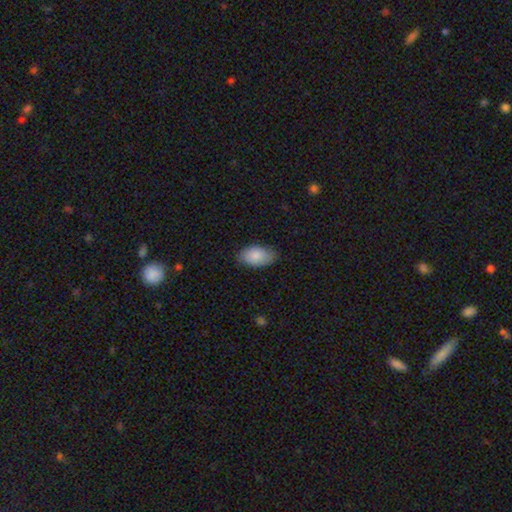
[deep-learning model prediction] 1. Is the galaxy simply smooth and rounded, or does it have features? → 84% smooth, 9% featured or disk, 6% star or artifact.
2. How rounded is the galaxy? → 94% in between, 5% round, 2% cigar-shaped.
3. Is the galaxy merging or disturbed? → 77% none, 19% minor disturbance, 3% major disturbance, 1% merger.